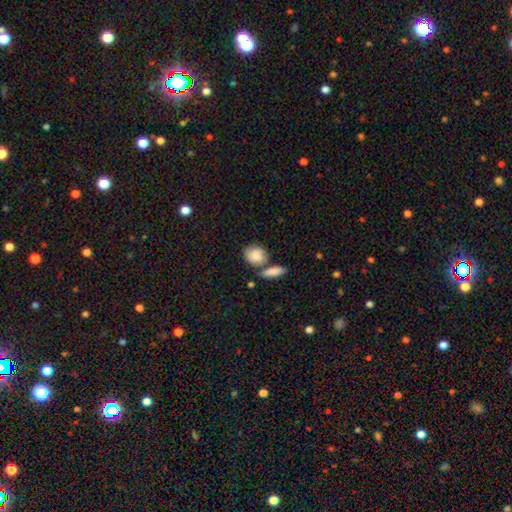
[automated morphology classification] smooth_or_featured: smooth (p=0.78) [alt: featured or disk p=0.16]
how_rounded: in between (p=0.49) [alt: round p=0.48]
merging: none (p=0.49) [alt: merger p=0.27]